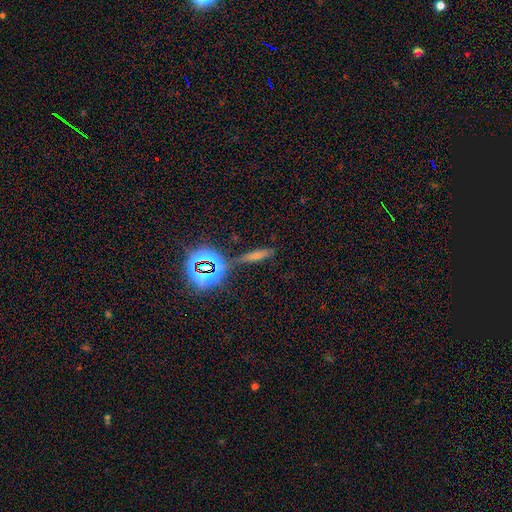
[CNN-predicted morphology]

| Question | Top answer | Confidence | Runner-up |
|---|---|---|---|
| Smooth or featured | smooth | 55% | star or artifact (29%) |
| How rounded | cigar-shaped | 74% | in between (20%) |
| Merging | none | 75% | minor disturbance (13%) |